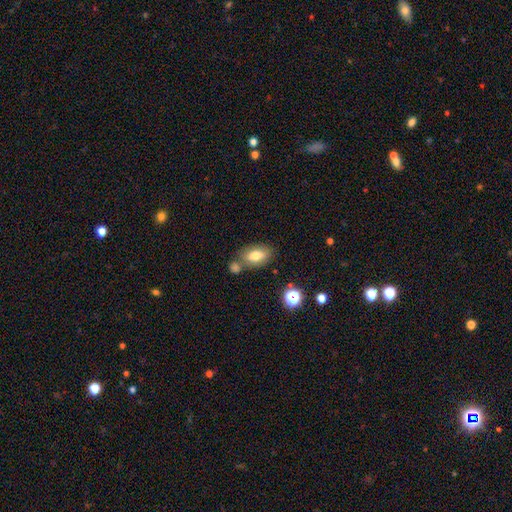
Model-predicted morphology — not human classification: Smooth or featured? smooth (76%)
How rounded? in between (88%)
Merging? none (63%)